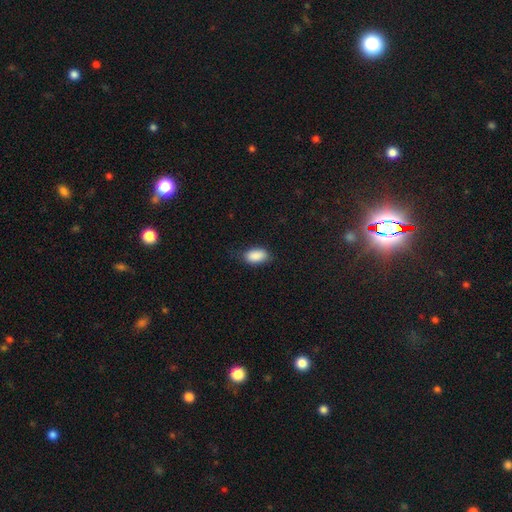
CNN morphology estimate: The model was most divided on "merging": none: 72%, minor disturbance: 21%, major disturbance: 5%, merger: 1%. More confident: how rounded — in between (92%); smooth or featured — smooth (89%).